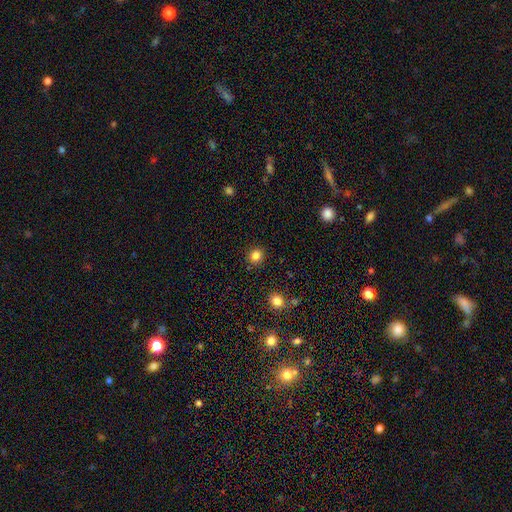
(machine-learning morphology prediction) smooth-or-featured: smooth: 84% | star or artifact: 12% | featured or disk: 4%
  how-rounded: round: 82% | in between: 17% | cigar-shaped: 1%
  merging: none: 89% | minor disturbance: 7% | major disturbance: 2% | merger: 2%